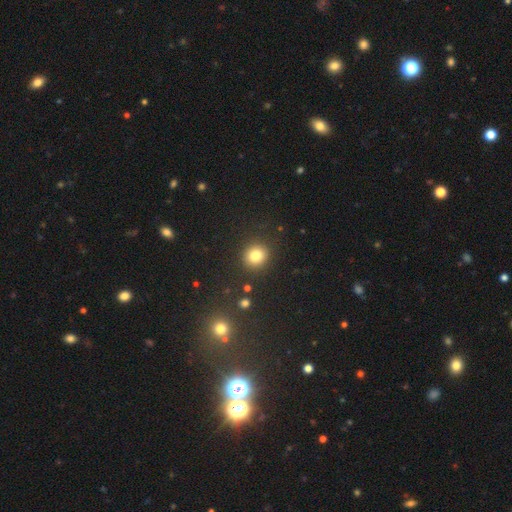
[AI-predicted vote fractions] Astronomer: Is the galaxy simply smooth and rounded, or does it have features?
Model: smooth — 81%.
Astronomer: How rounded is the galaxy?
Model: round — 89%.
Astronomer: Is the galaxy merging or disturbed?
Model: none — 90%.